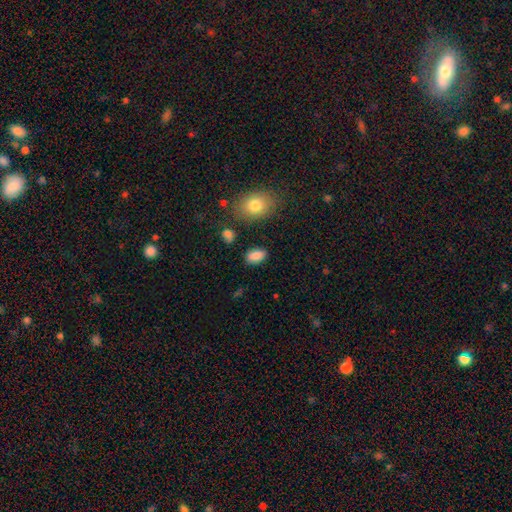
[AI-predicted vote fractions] This appears to be a smooth galaxy with no disk features (86%) that is in between round and cigar-shaped (91%). Merging: none (84%).